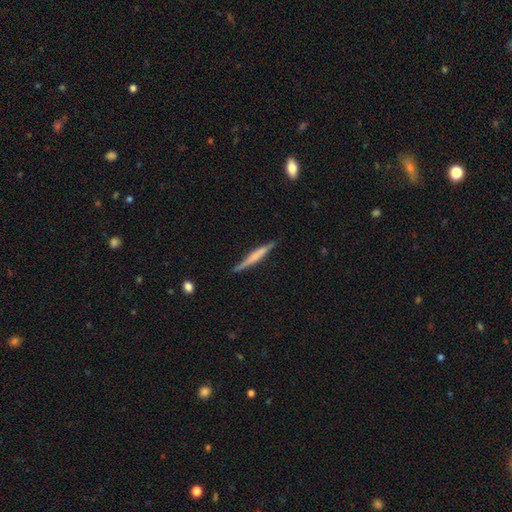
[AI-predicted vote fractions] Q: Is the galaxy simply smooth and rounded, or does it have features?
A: featured or disk — 53%.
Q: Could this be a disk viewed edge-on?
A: yes — 97%.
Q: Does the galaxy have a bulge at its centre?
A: none — 47%.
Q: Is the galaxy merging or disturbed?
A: none — 86%.